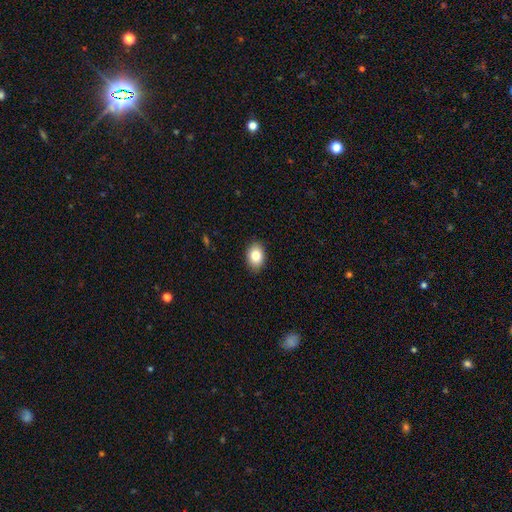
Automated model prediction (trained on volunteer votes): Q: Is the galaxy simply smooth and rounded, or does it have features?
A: smooth — 83%.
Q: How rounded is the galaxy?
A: in between — 83%.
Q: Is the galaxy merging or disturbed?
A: none — 89%.